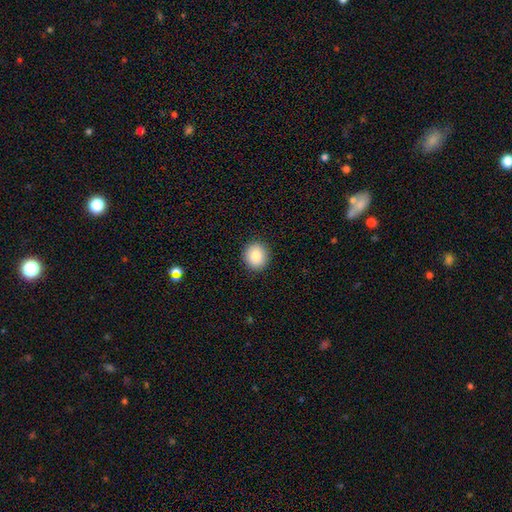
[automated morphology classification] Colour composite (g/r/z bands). It shows a smooth galaxy with no disk features (86%) that is round (86%). Merging: none (92%).